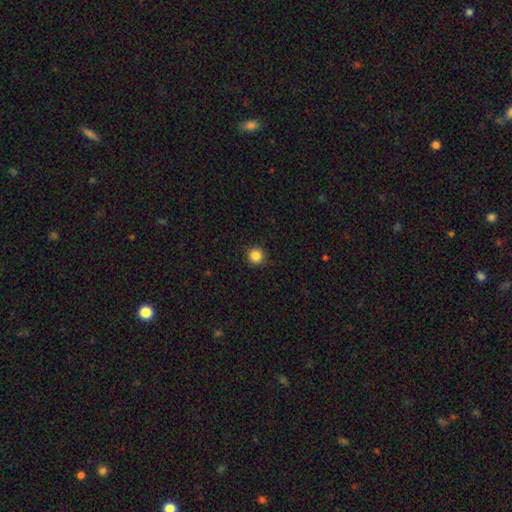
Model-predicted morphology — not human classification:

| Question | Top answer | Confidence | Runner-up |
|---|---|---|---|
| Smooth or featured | smooth | 85% | star or artifact (11%) |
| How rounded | round | 95% | in between (4%) |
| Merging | none | 93% | minor disturbance (5%) |